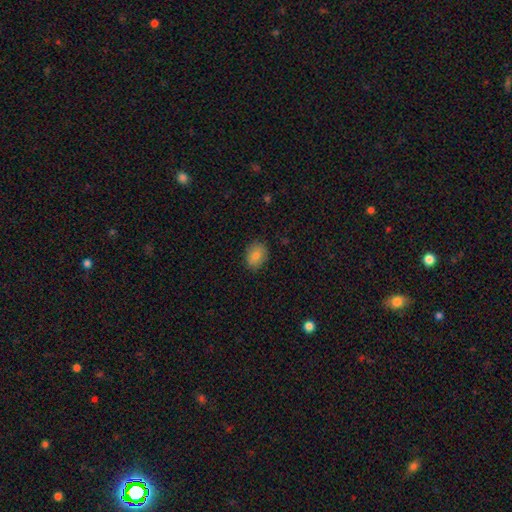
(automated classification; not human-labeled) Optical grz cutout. It shows a smooth galaxy with no disk features (83%) that is in between round and cigar-shaped (66%). Merging: none (84%).